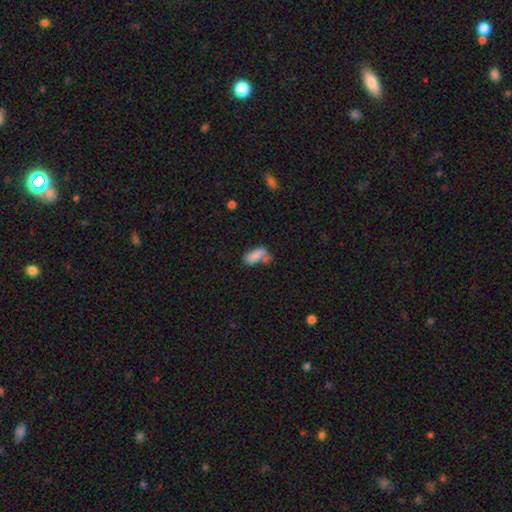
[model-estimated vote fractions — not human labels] Smooth or featured: smooth — 81% (featured or disk — 10%)
How rounded: in between — 77% (cigar-shaped — 20%)
Merging: none — 39% (merger — 32%)